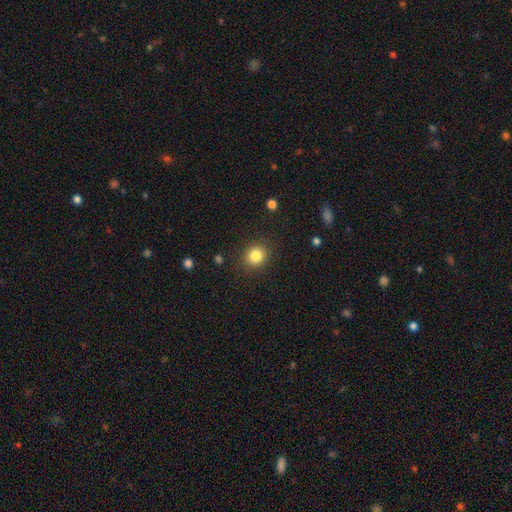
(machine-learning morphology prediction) Q: Smooth or featured?
A: smooth (84%); runner-up: star or artifact (11%)
Q: How rounded?
A: round (82%); runner-up: in between (17%)
Q: Merging?
A: none (89%); runner-up: minor disturbance (8%)